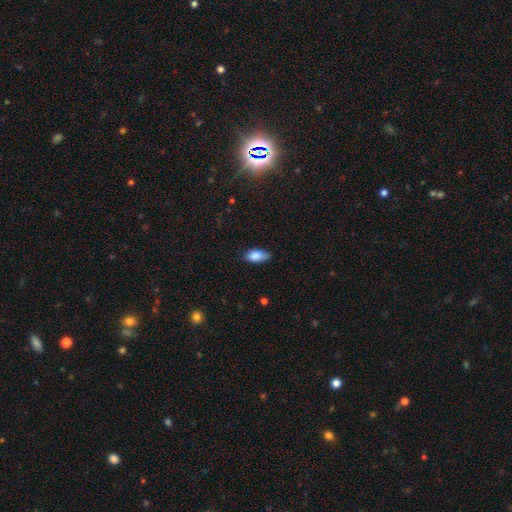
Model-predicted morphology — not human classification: smooth 83%, featured or disk 10%, star or artifact 7%. Down the decision tree: how rounded — in between (87%); merging — none (65%).